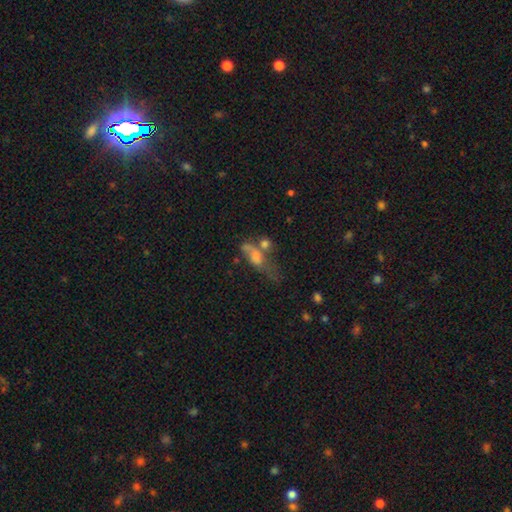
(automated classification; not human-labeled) This is possibly a smooth galaxy (46%). Merging: marginally major disturbance (29%).